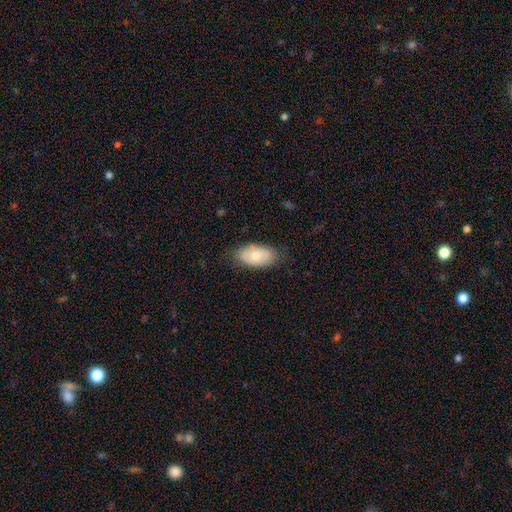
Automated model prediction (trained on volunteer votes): A smooth galaxy with no disk features (75%) that is in between round and cigar-shaped (94%). Merging: none (78%).